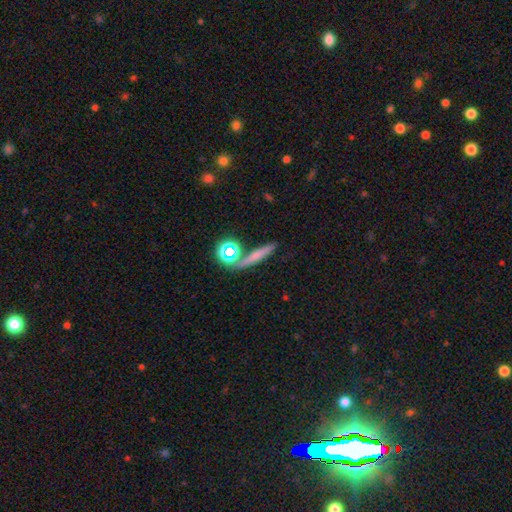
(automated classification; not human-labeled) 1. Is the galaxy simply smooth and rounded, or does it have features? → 54% smooth, 28% featured or disk, 18% star or artifact.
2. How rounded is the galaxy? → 70% cigar-shaped, 18% round, 12% in between.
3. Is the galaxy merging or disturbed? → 73% none, 12% merger, 10% minor disturbance, 4% major disturbance.